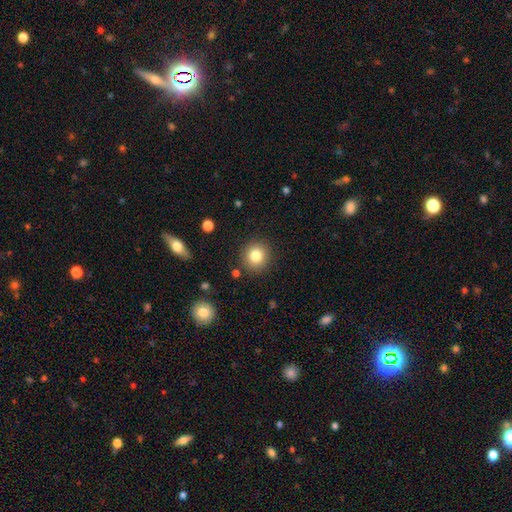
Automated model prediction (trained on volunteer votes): A smooth galaxy with no disk features (82%) that is round (90%). Merging: none (87%).